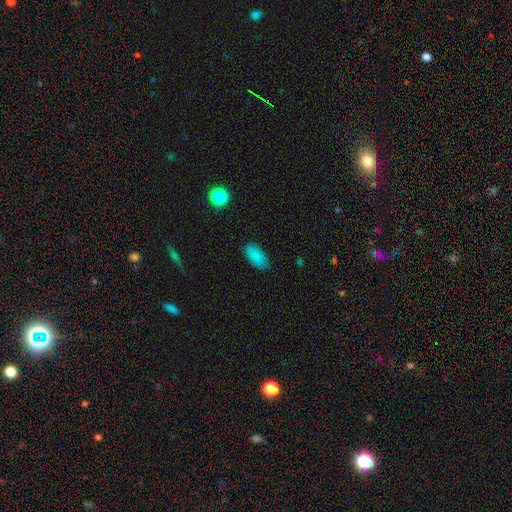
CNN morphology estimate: This is clearly a smooth galaxy (87%). How rounded: clearly in between (91%). Merging: clearly none (84%).